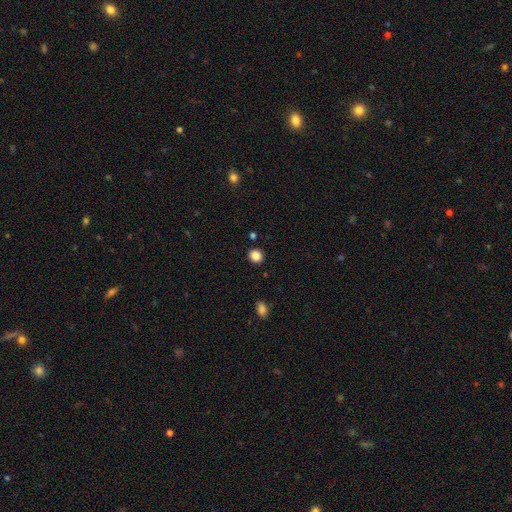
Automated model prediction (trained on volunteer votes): Smooth or featured? Predicted: smooth (p=0.86). How rounded? Predicted: round (p=0.81). Merging? Predicted: none (p=0.90).